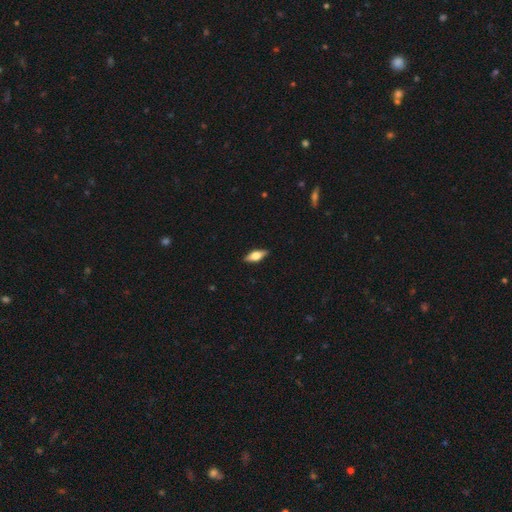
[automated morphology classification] type=featured or disk (47%); merging=none (90%).